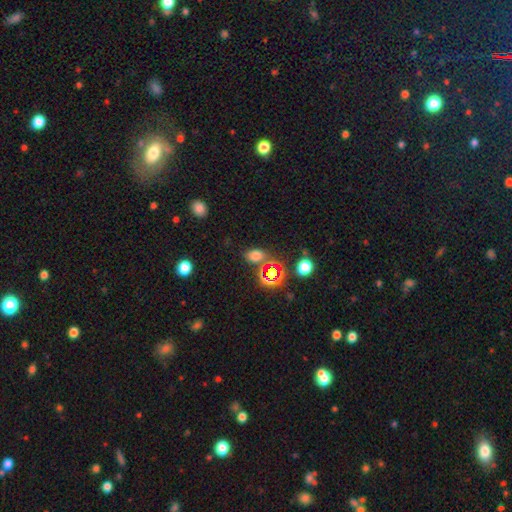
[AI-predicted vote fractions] smooth_or_featured: smooth (p=0.65) [alt: star or artifact p=0.28]
how_rounded: in between (p=0.70) [alt: round p=0.28]
merging: none (p=0.70) [alt: minor disturbance p=0.14]